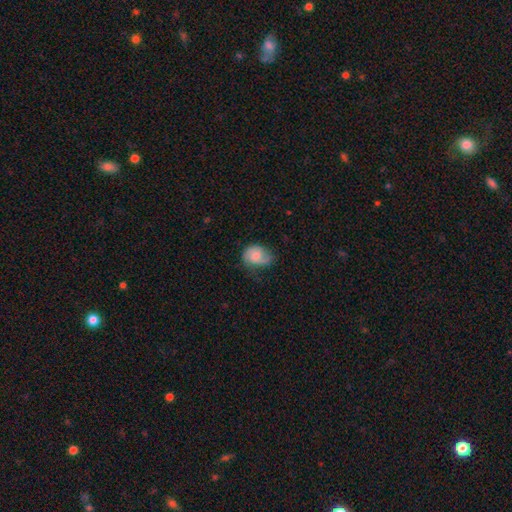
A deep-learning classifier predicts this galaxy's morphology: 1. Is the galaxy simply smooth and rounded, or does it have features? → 53% smooth, 39% featured or disk, 8% star or artifact.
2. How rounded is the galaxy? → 61% in between, 38% round, 1% cigar-shaped.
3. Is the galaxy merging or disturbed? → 48% none, 35% minor disturbance, 15% major disturbance, 2% merger.